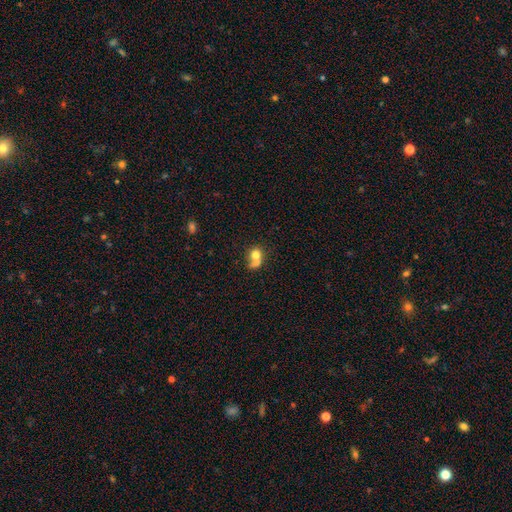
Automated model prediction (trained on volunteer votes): Smooth or featured?
  - smooth: 73% *
  - featured or disk: 17%
  - star or artifact: 10%
How rounded?
  - round: 72% *
  - in between: 27%
  - cigar-shaped: 1%
Merging?
  - merger: 57% *
  - none: 28%
  - minor disturbance: 9%
  - major disturbance: 6%